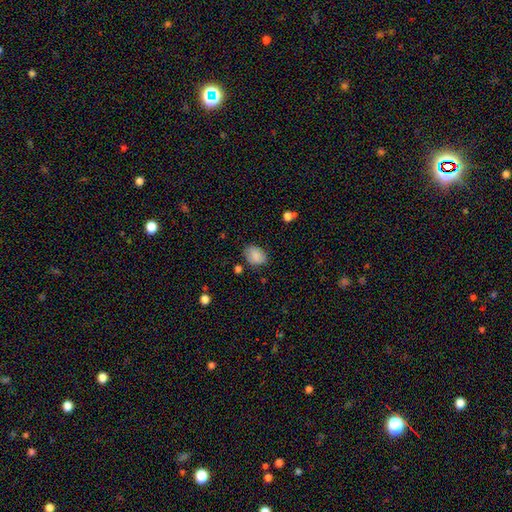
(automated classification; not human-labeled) smooth-or-featured: smooth: 83% | featured or disk: 9% | star or artifact: 8%
  how-rounded: in between: 71% | round: 28% | cigar-shaped: 1%
  merging: none: 75% | minor disturbance: 18% | major disturbance: 4% | merger: 3%